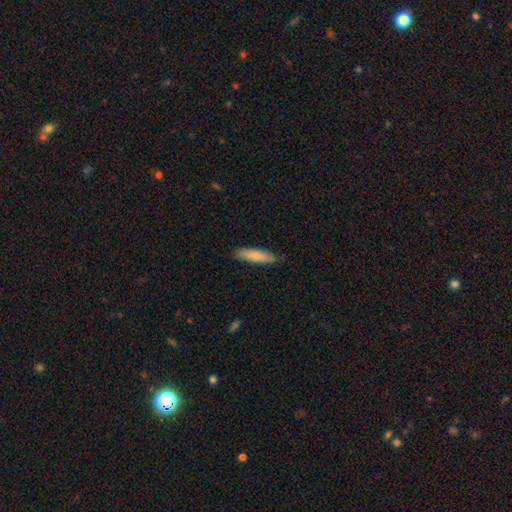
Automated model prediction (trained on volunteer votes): A smooth galaxy with no disk features (82%) that is cigar-shaped (72%). Merging: none (84%).